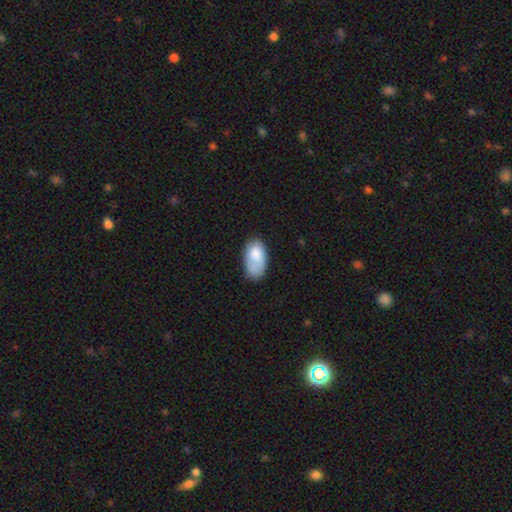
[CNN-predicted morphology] This is clearly a smooth galaxy (80%). How rounded: clearly in between (94%). Merging: possibly none (50%).